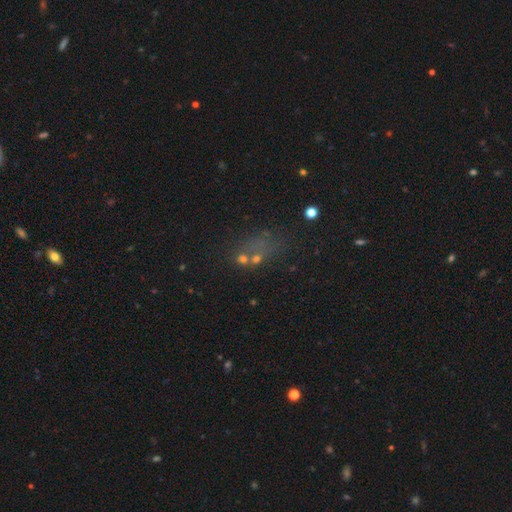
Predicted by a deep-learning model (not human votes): A smooth galaxy with no disk features (40%). Merging: none (43%).